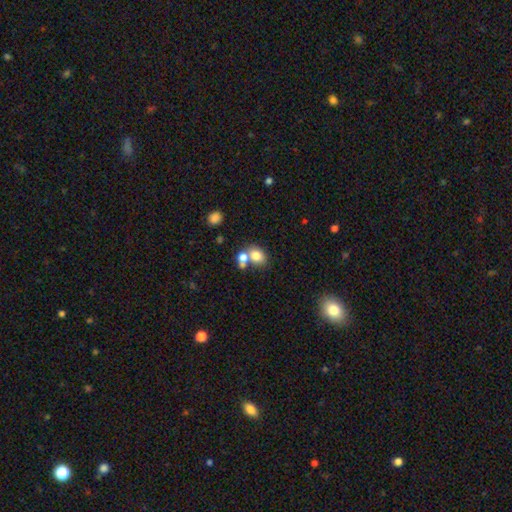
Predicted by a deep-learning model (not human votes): smooth-or-featured: smooth: 78% | featured or disk: 11% | star or artifact: 11%
  how-rounded: in between: 56% | round: 43% | cigar-shaped: 1%
  merging: none: 44% | merger: 43% | minor disturbance: 9% | major disturbance: 4%